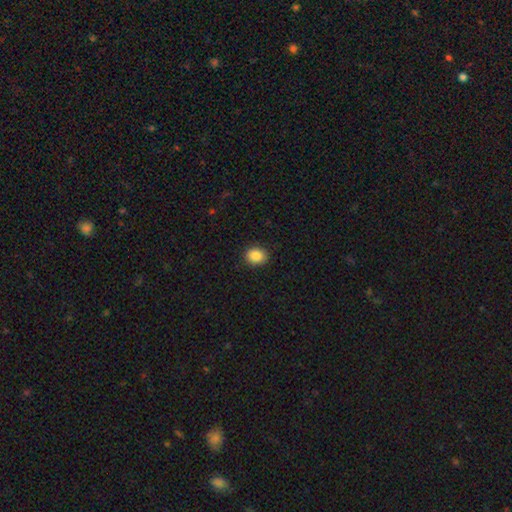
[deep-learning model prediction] This is clearly a smooth galaxy (87%). How rounded: likely round (62%). Merging: clearly none (90%).